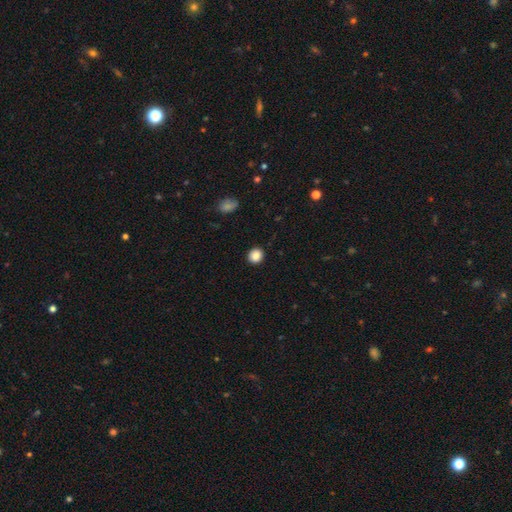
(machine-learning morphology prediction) Smooth or featured? smooth (87%)
How rounded? round (86%)
Merging? none (91%)